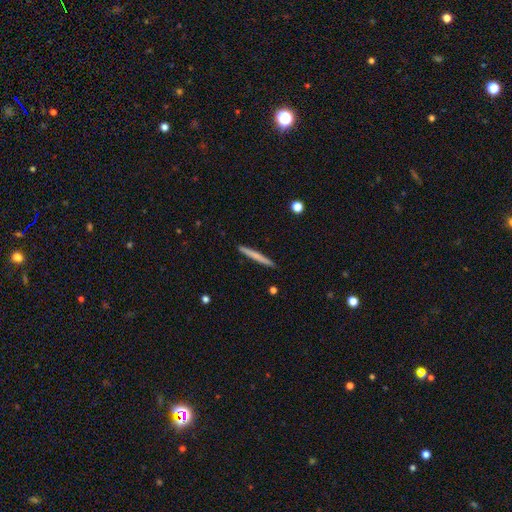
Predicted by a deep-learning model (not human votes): Smooth or featured? smooth (63%)
How rounded? cigar-shaped (97%)
Merging? none (92%)